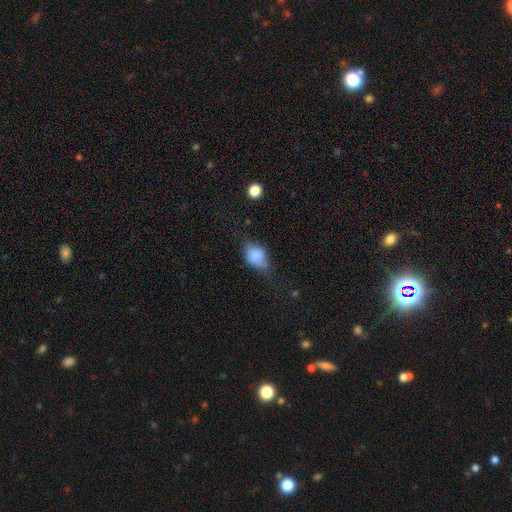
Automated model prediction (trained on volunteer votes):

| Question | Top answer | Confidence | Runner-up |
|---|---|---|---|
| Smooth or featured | smooth | 77% | featured or disk (14%) |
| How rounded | in between | 80% | round (17%) |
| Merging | none | 41% | minor disturbance (38%) |